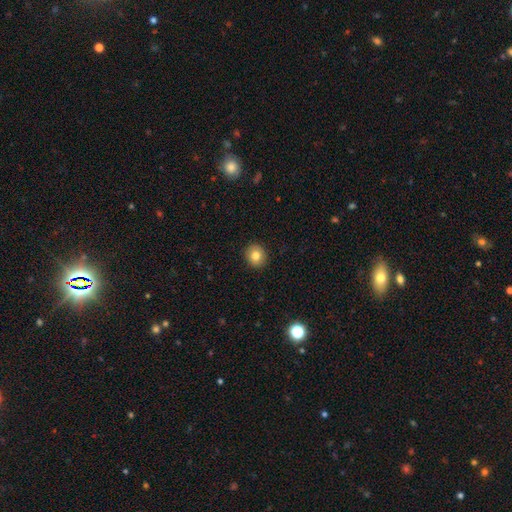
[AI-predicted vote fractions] Morphology: type=smooth (80%); roundness=round (83%); merging=none (91%).